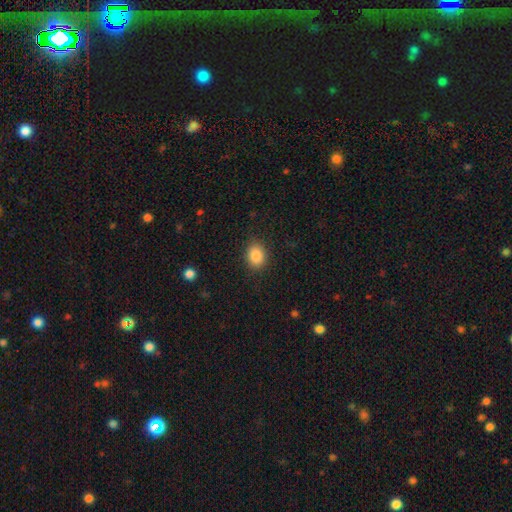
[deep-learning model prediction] Smooth or featured? Predicted: smooth (p=0.86). How rounded? Predicted: in between (p=0.58). Merging? Predicted: none (p=0.88).